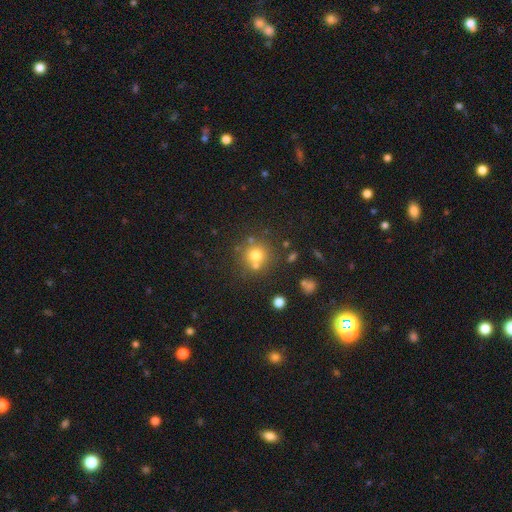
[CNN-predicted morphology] This is likely a smooth galaxy (71%). How rounded: clearly round (91%). Merging: likely none (67%).